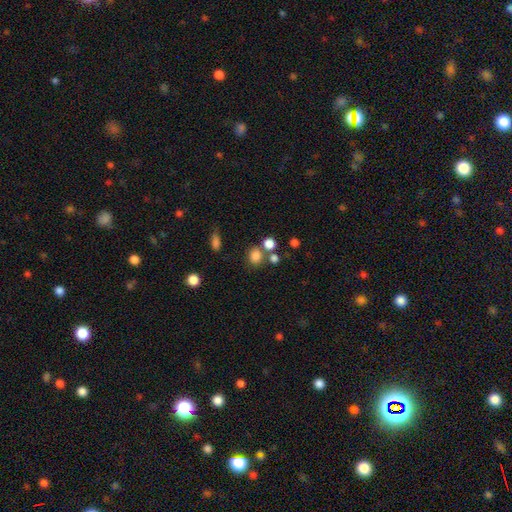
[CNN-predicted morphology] This is likely a smooth galaxy (80%). How rounded: likely round (69%). Merging: likely none (62%).